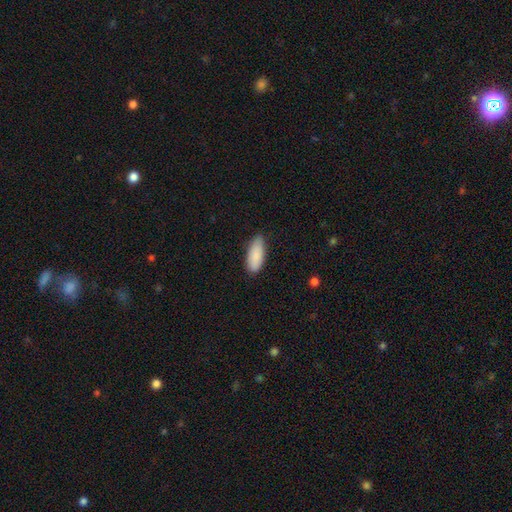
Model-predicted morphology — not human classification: A smooth galaxy with no disk features (88%) that is in between round and cigar-shaped (78%). Merging: none (78%).